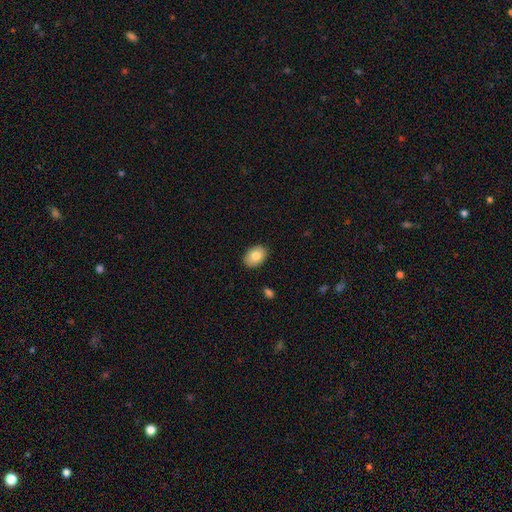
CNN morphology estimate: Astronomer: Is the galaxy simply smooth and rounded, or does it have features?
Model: smooth — 82%.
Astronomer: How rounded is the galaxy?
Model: in between — 81%.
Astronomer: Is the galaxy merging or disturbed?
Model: none — 89%.